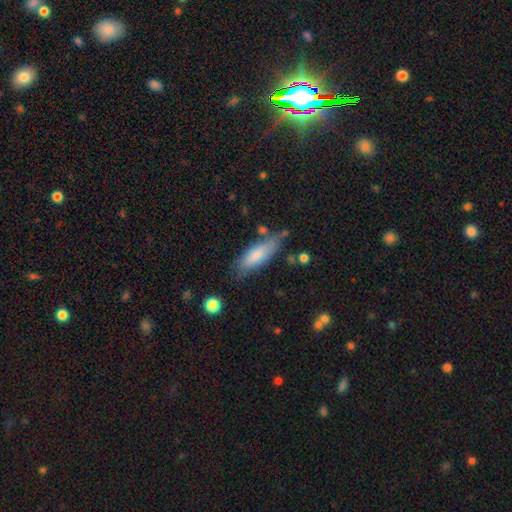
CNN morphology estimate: The model was most divided on "how rounded": in between: 52%, cigar-shaped: 46%, round: 2%. More confident: smooth or featured — smooth (73%); merging — none (70%).